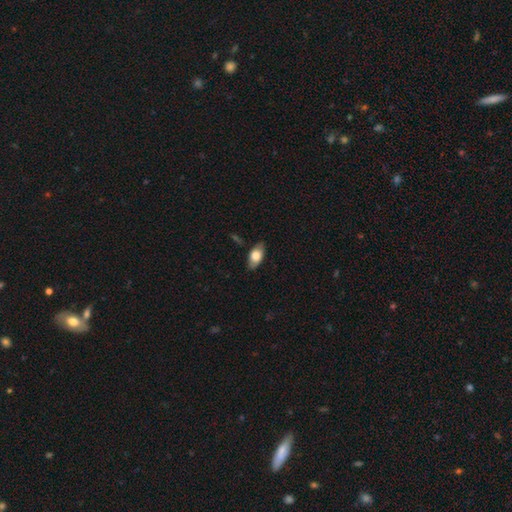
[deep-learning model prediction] smooth-or-featured: smooth: 68% | featured or disk: 25% | star or artifact: 6%
  how-rounded: in between: 90% | round: 5% | cigar-shaped: 5%
  merging: none: 79% | minor disturbance: 16% | major disturbance: 3% | merger: 1%